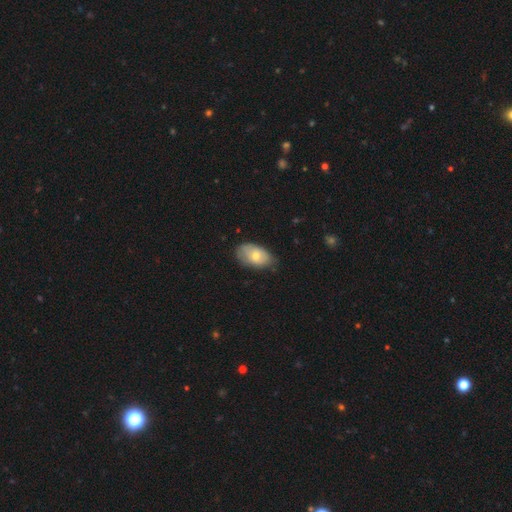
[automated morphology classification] smooth 68%, featured or disk 25%, star or artifact 7%. Down the decision tree: how rounded — in between (91%); merging — none (64%).